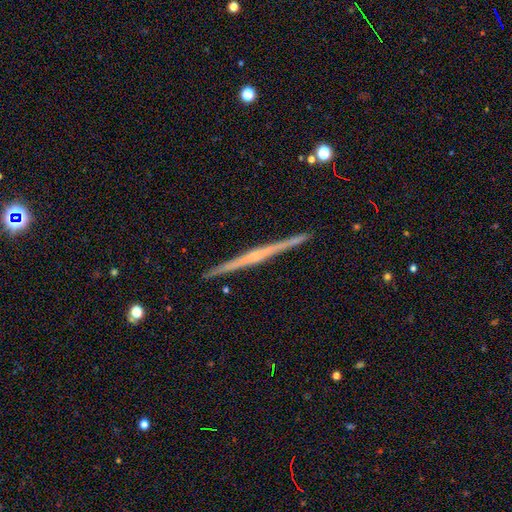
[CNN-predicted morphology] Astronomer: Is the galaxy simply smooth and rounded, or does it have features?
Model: featured or disk — 80%.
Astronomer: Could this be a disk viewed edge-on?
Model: yes — 99%.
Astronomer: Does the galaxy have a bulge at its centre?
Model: rounded — 49% (runner-up: none, 39%).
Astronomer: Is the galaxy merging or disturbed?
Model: none — 93%.